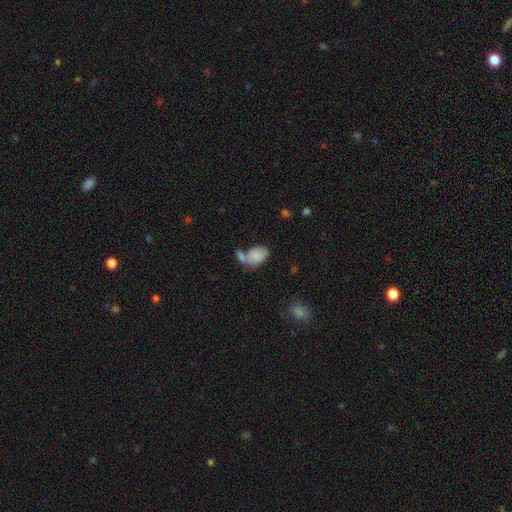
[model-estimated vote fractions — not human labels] Smooth or featured? smooth (81%)
How rounded? in between (87%)
Merging? merger (38%)